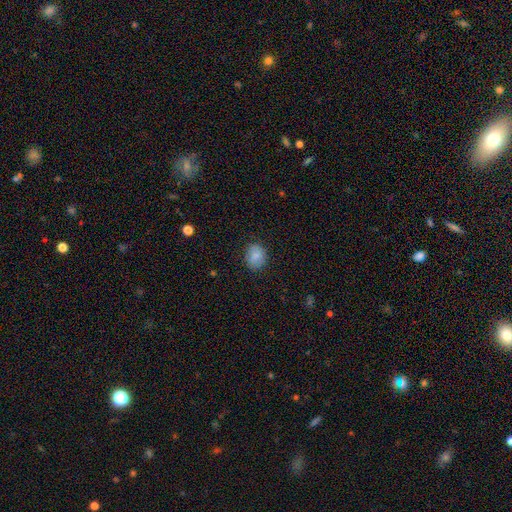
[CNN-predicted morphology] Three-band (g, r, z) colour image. It shows a smooth galaxy with no disk features (85%) that is round (51%). Merging: none (81%).